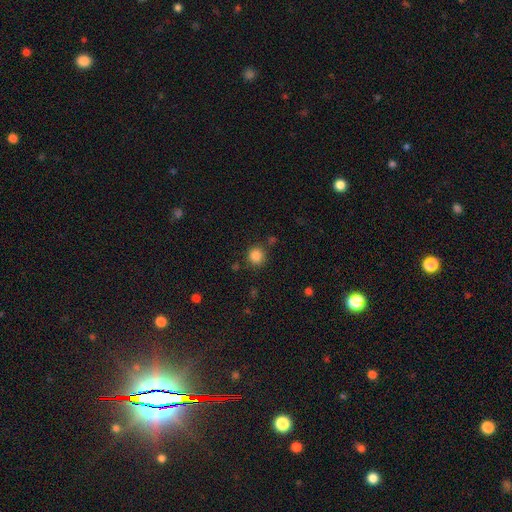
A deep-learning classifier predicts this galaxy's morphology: Smooth or featured? Predicted: smooth (p=0.85). How rounded? Predicted: round (p=0.91). Merging? Predicted: none (p=0.81).